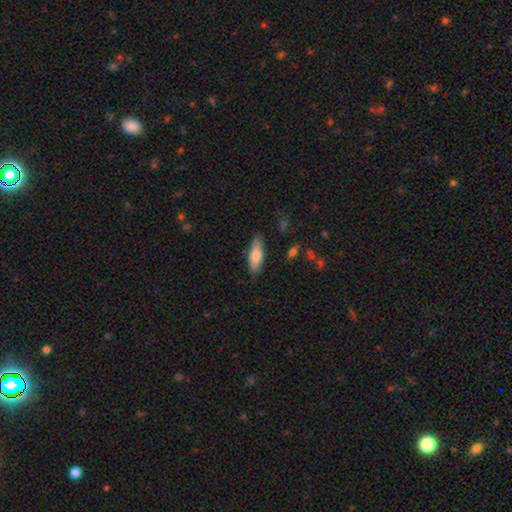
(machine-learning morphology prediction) This appears to be a smooth galaxy with no disk features (76%) that is in between round and cigar-shaped (62%). Merging: none (84%).